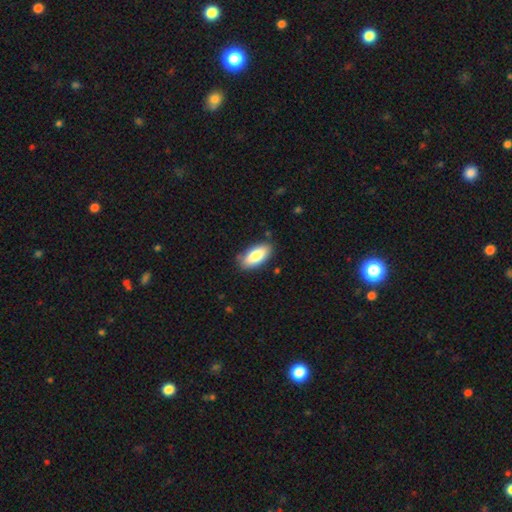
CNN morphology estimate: smooth 80%, featured or disk 13%, star or artifact 6%. Down the decision tree: how rounded — in between (89%); merging — none (85%).